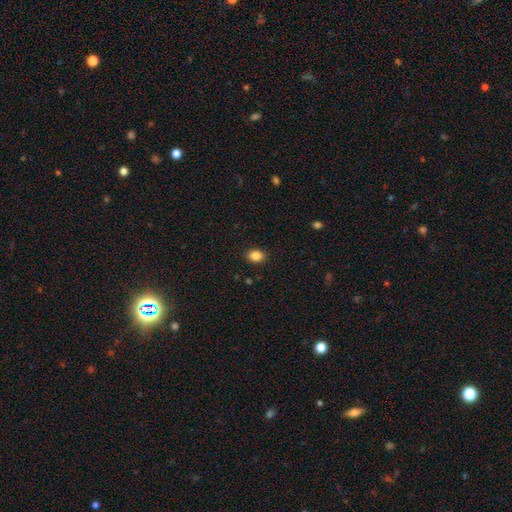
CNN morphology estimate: Smooth or featured? smooth (86%)
How rounded? in between (63%)
Merging? none (89%)